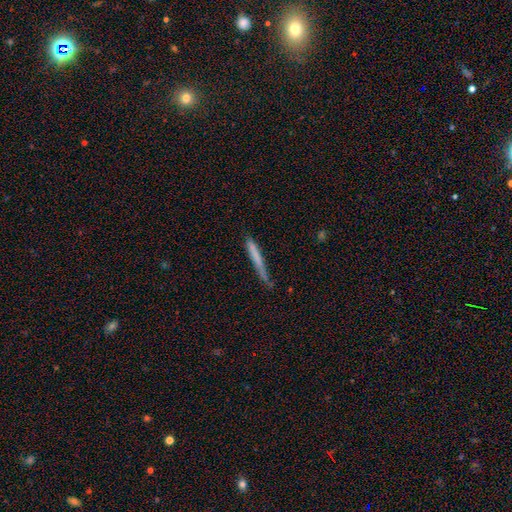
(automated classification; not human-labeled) A smooth galaxy with no disk features (66%) that is cigar-shaped (96%). Merging: none (64%).